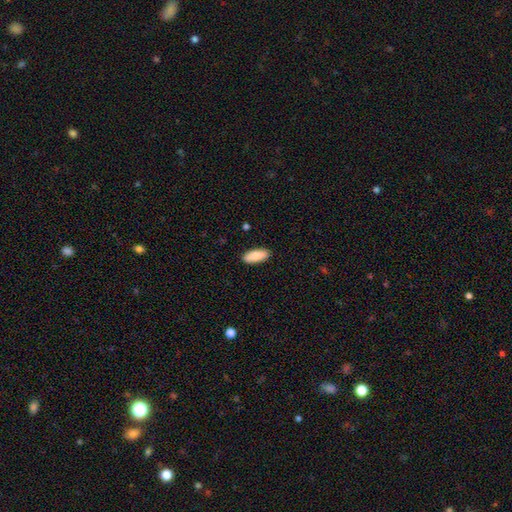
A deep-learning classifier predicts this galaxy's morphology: smooth 86%, featured or disk 8%, star or artifact 6%. Down the decision tree: how rounded — in between (78%); merging — none (89%).